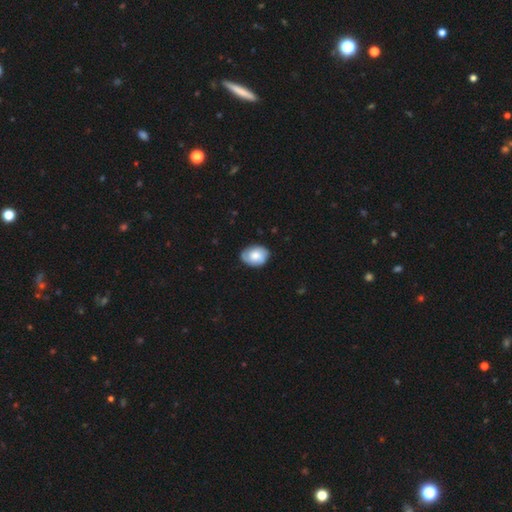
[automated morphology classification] A smooth galaxy with no disk features (59%) that is in between round and cigar-shaped (66%).

Vote fractions:
- Smooth or featured? smooth: 59% / featured or disk: 34% / star or artifact: 7%
- How rounded? in between: 66% / round: 33% / cigar-shaped: 1%
- Merging? none: 76% / minor disturbance: 19% / major disturbance: 4% / merger: 1%